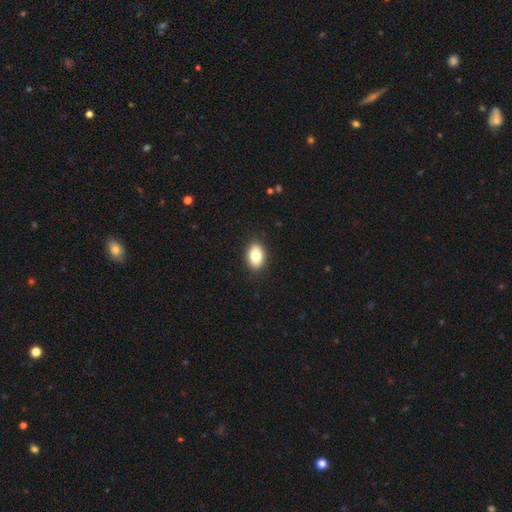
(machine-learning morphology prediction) smooth_or_featured: smooth (p=0.83) [alt: featured or disk p=0.09]
how_rounded: in between (p=0.87) [alt: round p=0.12]
merging: none (p=0.89) [alt: minor disturbance p=0.08]